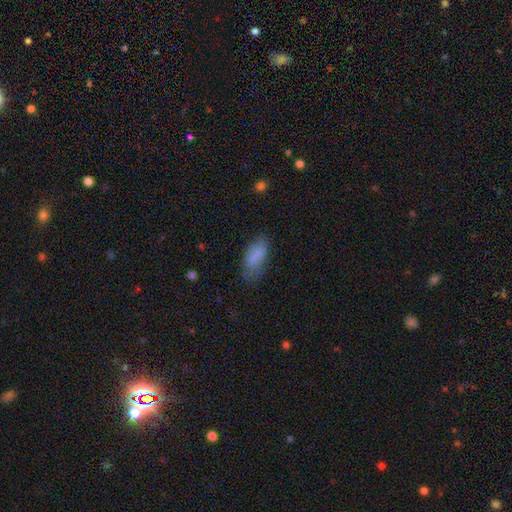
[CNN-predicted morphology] This is clearly a smooth galaxy (82%). How rounded: clearly in between (83%). Merging: likely none (64%).